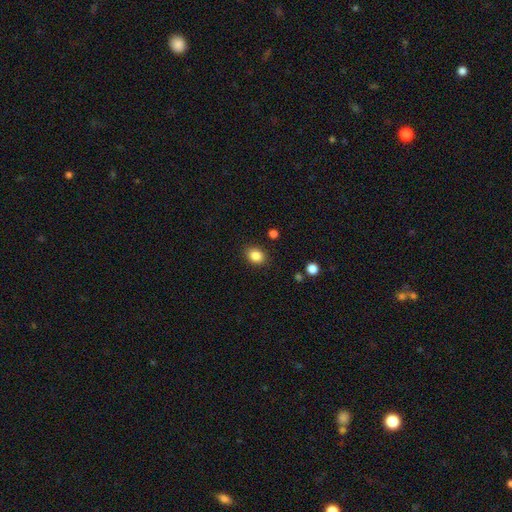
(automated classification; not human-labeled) Smooth or featured? smooth (85%)
How rounded? in between (55%)
Merging? none (87%)